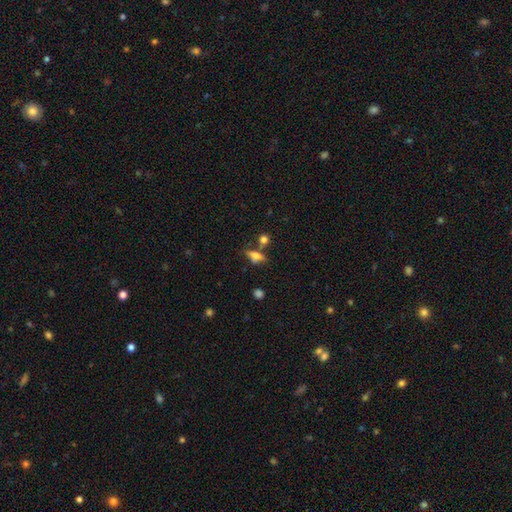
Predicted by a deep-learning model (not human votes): smooth_or_featured: smooth (p=0.56) [alt: featured or disk p=0.30]
how_rounded: in between (p=0.56) [alt: cigar-shaped p=0.27]
merging: none (p=0.53) [alt: merger p=0.18]